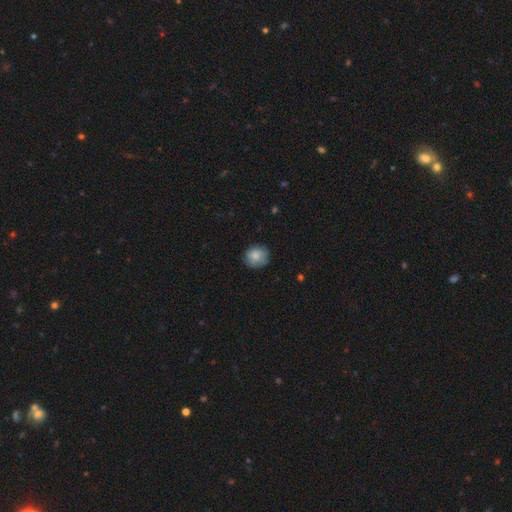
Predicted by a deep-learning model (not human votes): Q: Smooth or featured?
A: smooth (80%); runner-up: featured or disk (13%)
Q: How rounded?
A: round (81%); runner-up: in between (18%)
Q: Merging?
A: none (78%); runner-up: minor disturbance (18%)